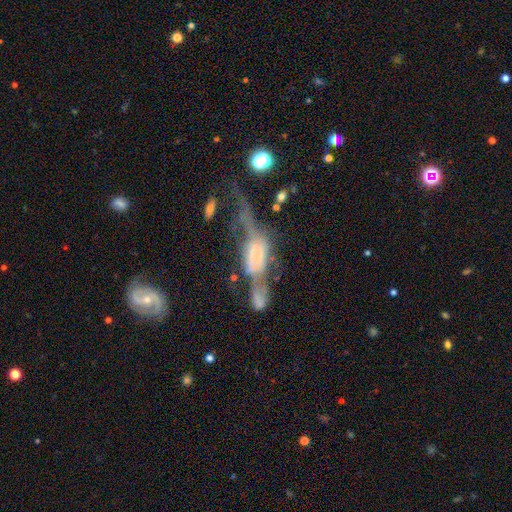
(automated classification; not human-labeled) Q: Smooth or featured?
A: featured or disk (65%); runner-up: smooth (24%)
Q: Edge-on disk?
A: no (61%); runner-up: yes (39%)
Q: Merging?
A: merger (38%); runner-up: major disturbance (35%)